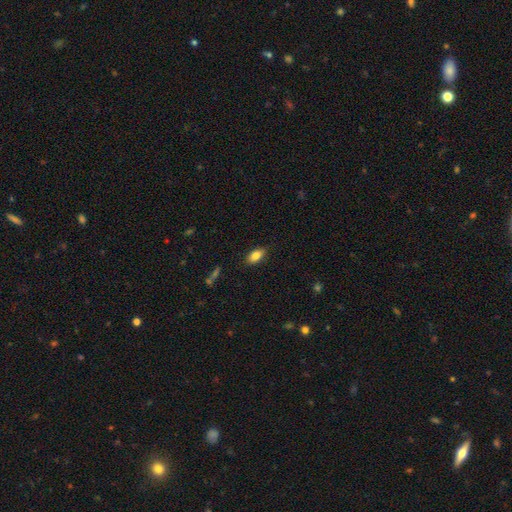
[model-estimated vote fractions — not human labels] A smooth galaxy with no disk features (83%) that is in between round and cigar-shaped (89%).

Vote fractions:
- Smooth or featured? smooth: 83% / featured or disk: 10% / star or artifact: 8%
- How rounded? in between: 89% / cigar-shaped: 7% / round: 5%
- Merging? none: 86% / minor disturbance: 10% / major disturbance: 2% / merger: 1%